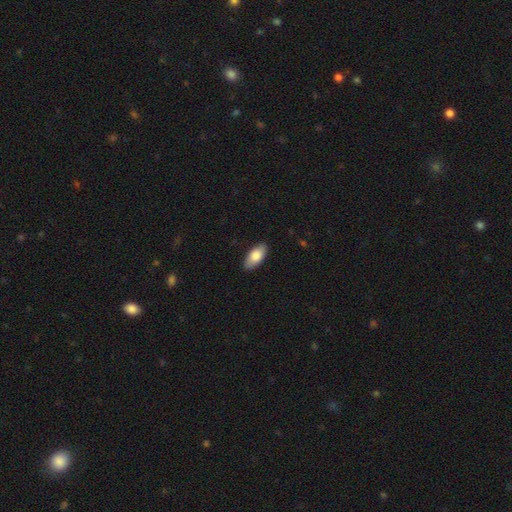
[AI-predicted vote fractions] A smooth galaxy with no disk features (82%) that is in between round and cigar-shaped (91%). Merging: none (87%).